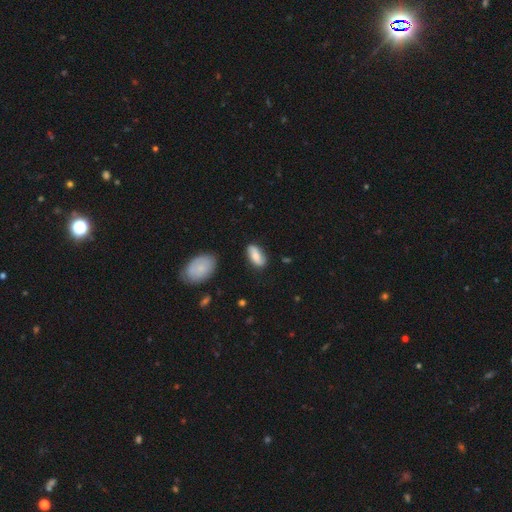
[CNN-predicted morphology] smooth-or-featured: smooth: 59% | featured or disk: 34% | star or artifact: 7%
  how-rounded: in between: 88% | cigar-shaped: 8% | round: 4%
  merging: none: 78% | minor disturbance: 16% | major disturbance: 4% | merger: 2%